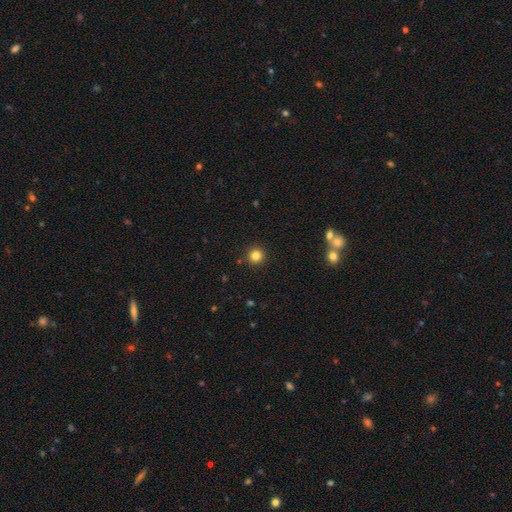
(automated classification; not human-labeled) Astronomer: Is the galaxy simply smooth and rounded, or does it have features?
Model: smooth — 82%.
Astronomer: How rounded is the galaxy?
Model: round — 95%.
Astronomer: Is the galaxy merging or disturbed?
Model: none — 92%.